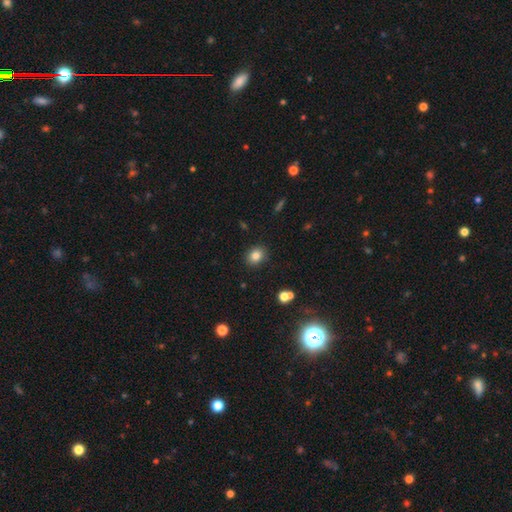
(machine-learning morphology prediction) Overall: smooth (82%). How rounded: round (60%; in between 39%). Merging: none (88%).